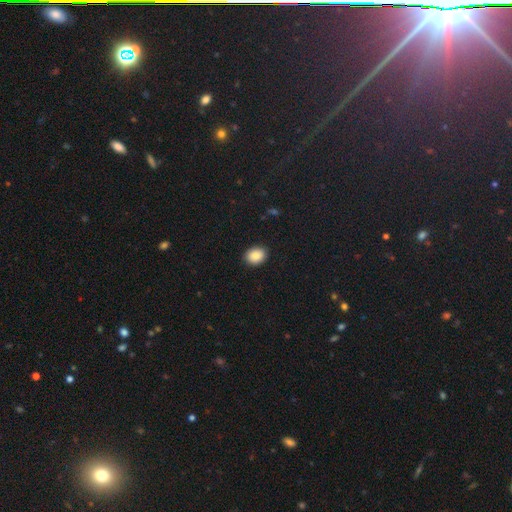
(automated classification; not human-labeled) Smooth or featured: smooth — 87% (star or artifact — 8%)
How rounded: in between — 56% (round — 43%)
Merging: none — 91% (minor disturbance — 7%)